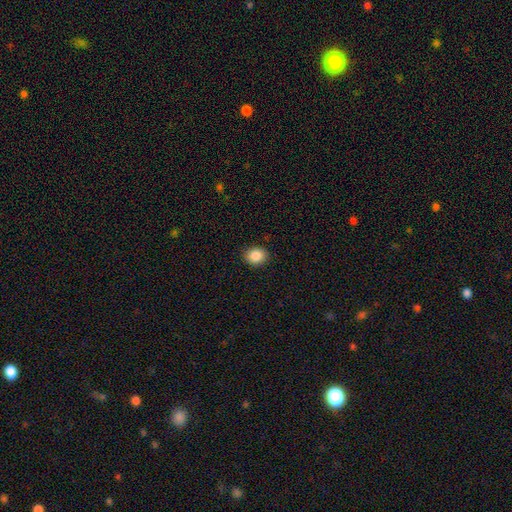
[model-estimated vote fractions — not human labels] Morphology: type=smooth (87%); roundness=round (52%); merging=none (90%).